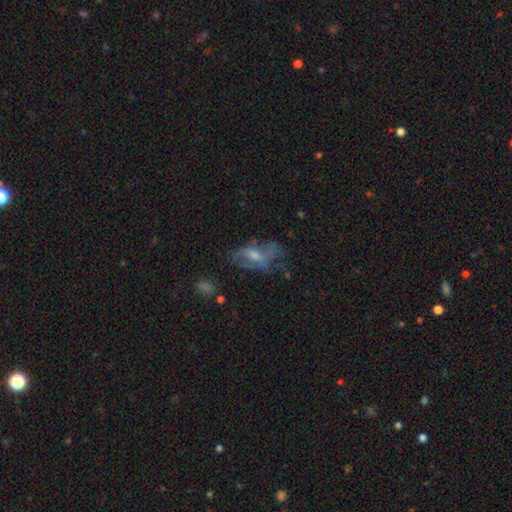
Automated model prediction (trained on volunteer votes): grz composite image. It shows a featured or disk galaxy (53%). Merging: none (42%).